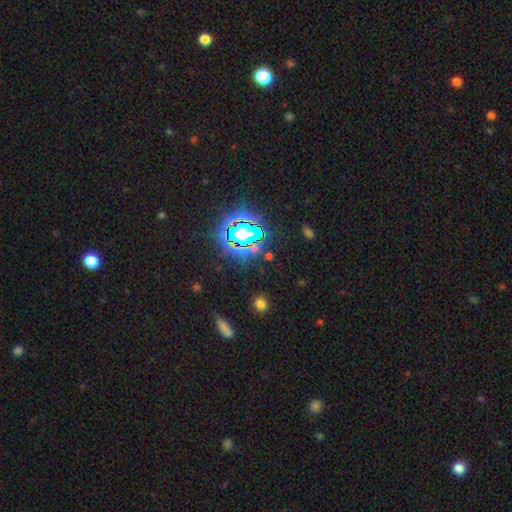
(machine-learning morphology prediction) smooth-or-featured: star or artifact: 79% | smooth: 13% | featured or disk: 8%